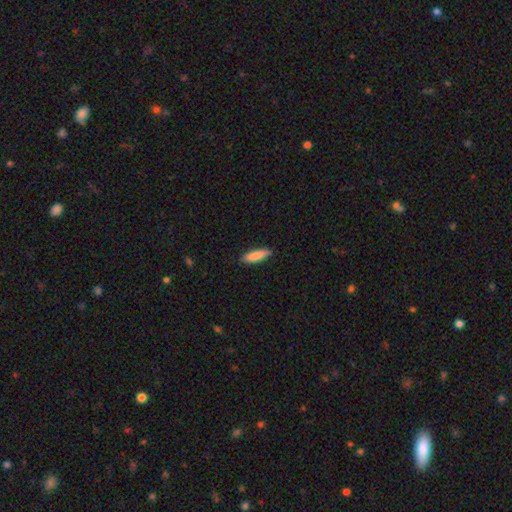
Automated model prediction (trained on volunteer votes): Smooth or featured? smooth (85%)
How rounded? cigar-shaped (70%)
Merging? none (86%)